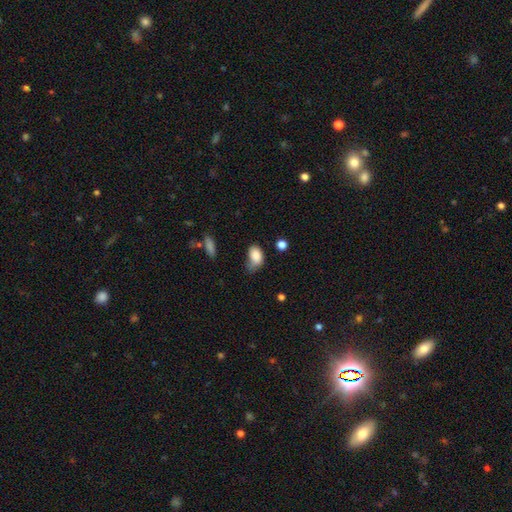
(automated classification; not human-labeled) Morphology: type=smooth (85%); roundness=in between (87%); merging=minor disturbance (41%).